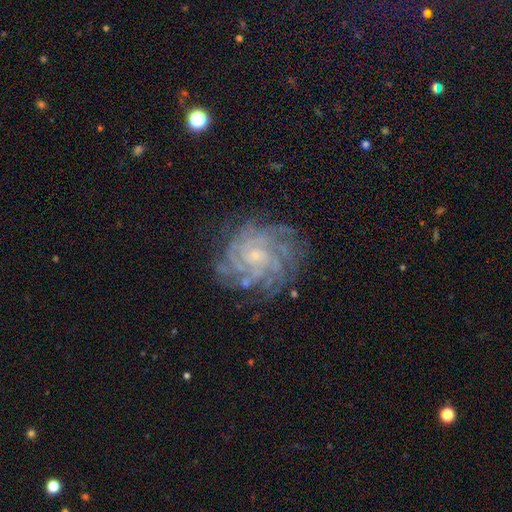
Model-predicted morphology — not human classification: A featured or disk galaxy (86%) with no bar (75%), more than 4 (35%) tight (76%) spiral arms (97%) and a small central bulge (83%). Merging: none (76%).